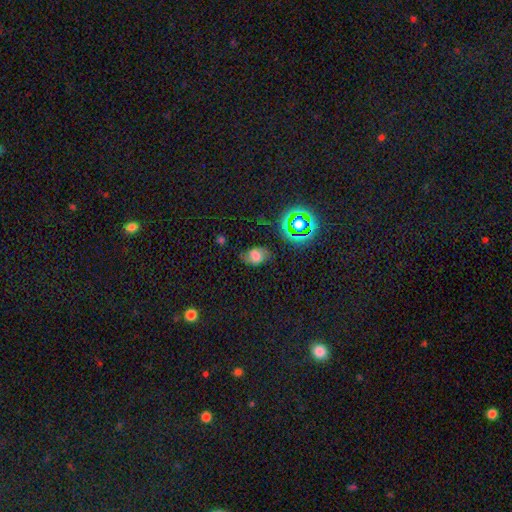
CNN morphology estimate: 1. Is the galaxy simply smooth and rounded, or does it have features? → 52% smooth, 27% featured or disk, 20% star or artifact.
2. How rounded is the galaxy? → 70% in between, 28% round, 2% cigar-shaped.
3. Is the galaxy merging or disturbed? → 62% none, 25% minor disturbance, 11% major disturbance, 3% merger.